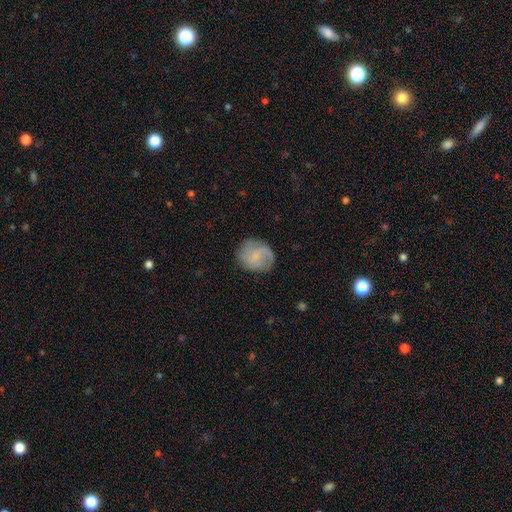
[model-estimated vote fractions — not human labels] This is possibly a smooth galaxy (57%). How rounded: likely round (74%). Merging: likely none (74%).